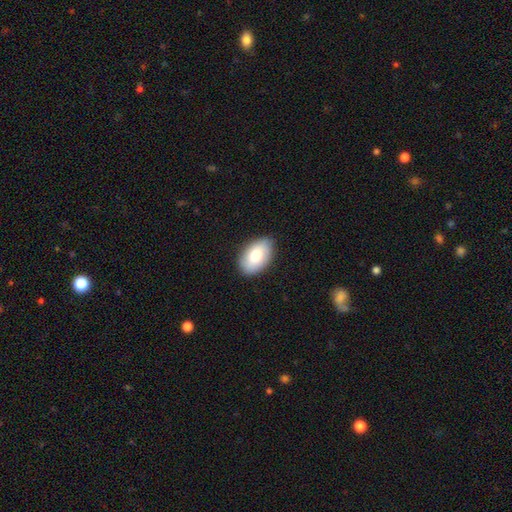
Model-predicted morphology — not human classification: Smooth or featured: smooth — 79% (featured or disk — 15%)
How rounded: in between — 93% (round — 6%)
Merging: none — 84% (minor disturbance — 13%)